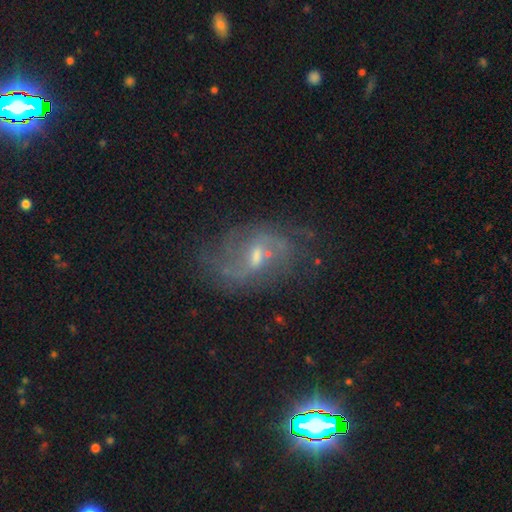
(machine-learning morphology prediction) Overall: featured or disk (77%). Edge-on disk: no (96%). Bar: weak (61%; no 24%). Spiral arms: yes (85%). Spiral arm count: 2 (69%). Spiral winding: loose (51%; medium 36%). Bulge size: small (44%; moderate 43%). Merging: none (58%; minor disturbance 20%).